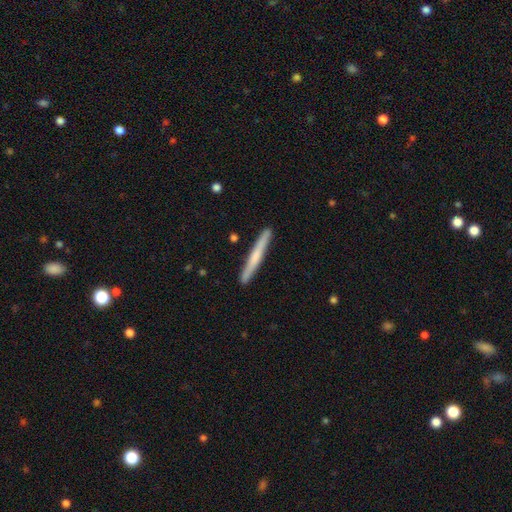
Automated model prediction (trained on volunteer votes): smooth-or-featured: smooth: 54% | featured or disk: 40% | star or artifact: 5%
  how-rounded: cigar-shaped: 97% | in between: 2% | round: 1%
  merging: none: 91% | minor disturbance: 7% | merger: 1% | major disturbance: 1%